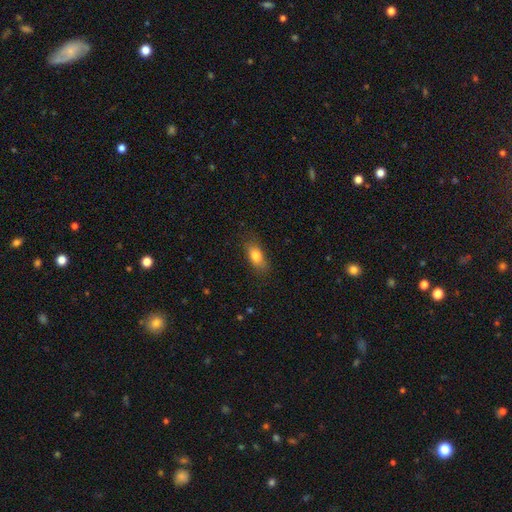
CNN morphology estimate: Smooth or featured?
  - smooth: 80% *
  - featured or disk: 12%
  - star or artifact: 8%
How rounded?
  - in between: 81% *
  - cigar-shaped: 12%
  - round: 7%
Merging?
  - none: 79% *
  - minor disturbance: 16%
  - major disturbance: 4%
  - merger: 1%